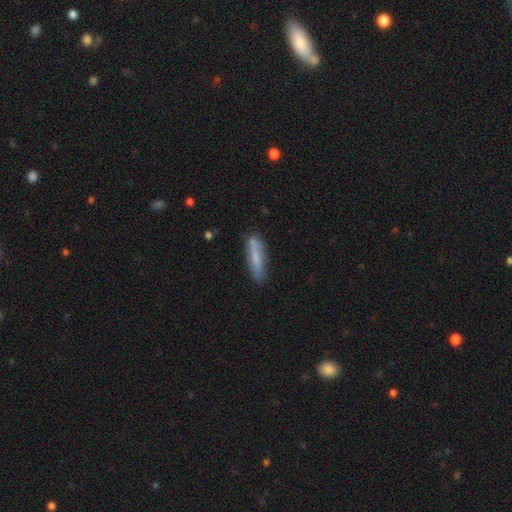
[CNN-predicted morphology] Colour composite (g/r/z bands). It shows a smooth galaxy with no disk features (70%) that is cigar-shaped (82%). Merging: none (76%).